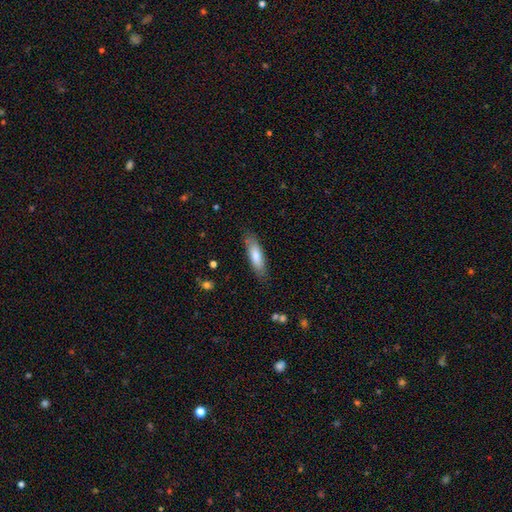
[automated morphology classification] This is likely a smooth galaxy (74%). How rounded: possibly cigar-shaped (56%). Merging: clearly none (83%).